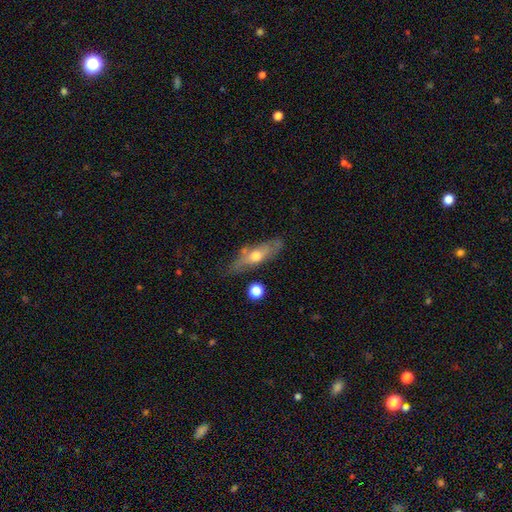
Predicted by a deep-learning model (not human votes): Overall: featured or disk (50%; smooth 43%). Edge-on disk: yes (57%; no 43%). Merging: none (72%).